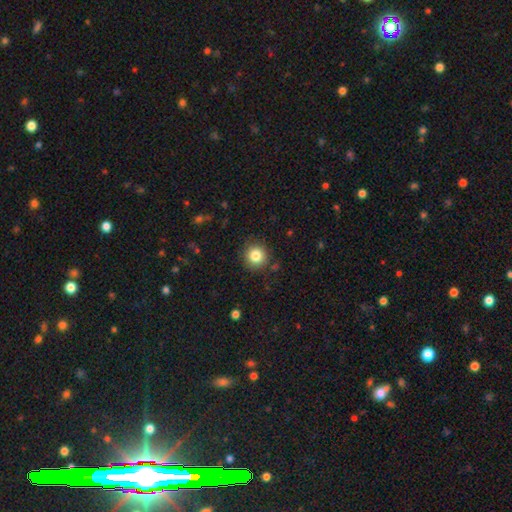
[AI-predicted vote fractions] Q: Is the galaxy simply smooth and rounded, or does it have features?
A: smooth — 82%.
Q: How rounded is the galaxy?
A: round — 94%.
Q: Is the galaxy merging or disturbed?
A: none — 88%.